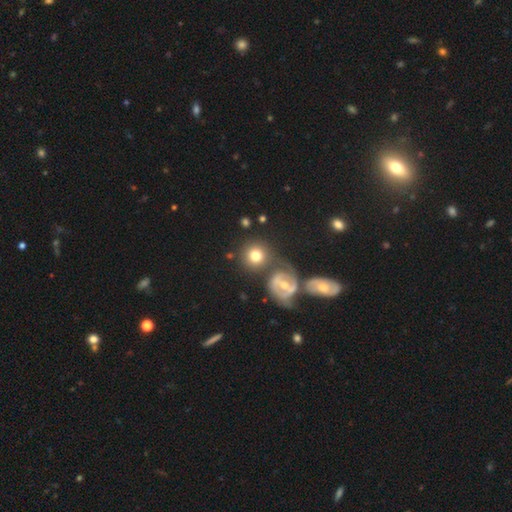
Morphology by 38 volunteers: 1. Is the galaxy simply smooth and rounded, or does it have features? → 71% smooth, 26% featured or disk, 3% star or artifact.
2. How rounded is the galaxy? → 96% round, 4% in between, 0% cigar-shaped.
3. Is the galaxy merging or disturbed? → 43% none, 32% merger, 14% major disturbance, 11% minor disturbance.